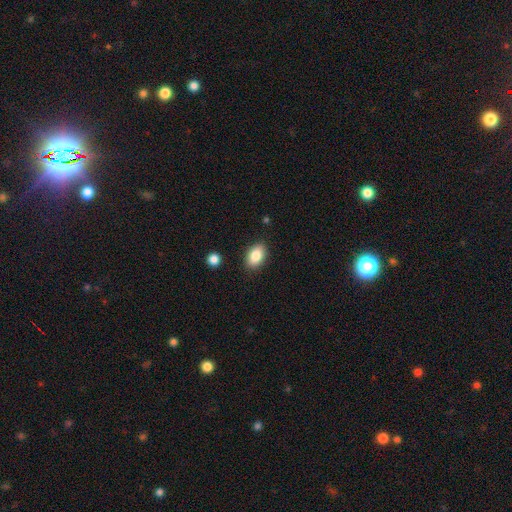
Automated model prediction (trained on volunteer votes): This is clearly a smooth galaxy (85%). How rounded: clearly in between (90%). Merging: clearly none (87%).